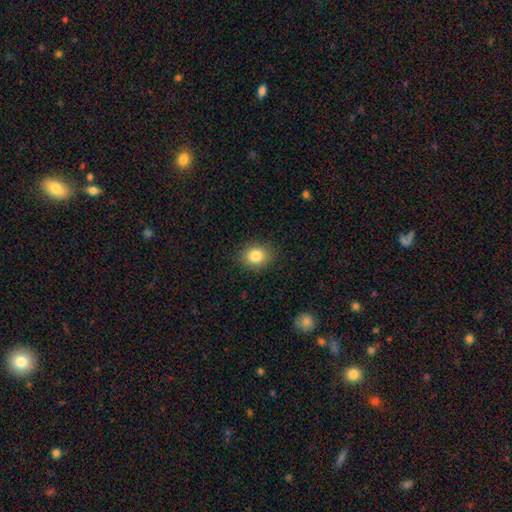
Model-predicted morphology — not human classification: smooth 84%, star or artifact 10%, featured or disk 6%. Down the decision tree: how rounded — round (55%); merging — none (87%).